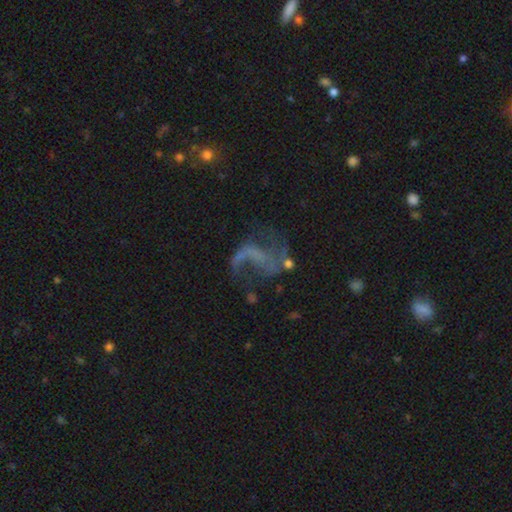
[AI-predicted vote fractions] Overall: featured or disk (68%). Edge-on disk: no (97%). Bar: no (50%; weak 31%). Spiral arms: yes (71%). Bulge size: none (74%). Merging: none (42%; major disturbance 35%).